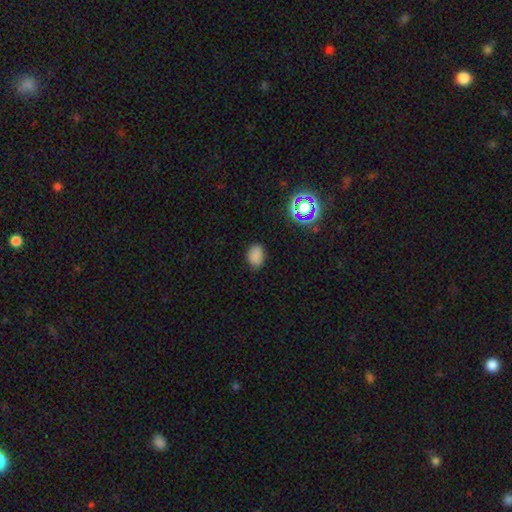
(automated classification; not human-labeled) The model was most divided on "how rounded": in between: 76%, round: 23%, cigar-shaped: 1%. More confident: smooth or featured — smooth (79%); merging — none (75%).